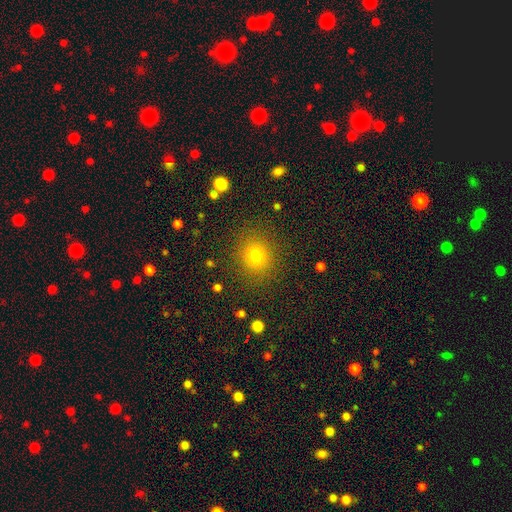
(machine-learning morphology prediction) A smooth galaxy with no disk features (77%) that is round (85%).

Vote fractions:
- Smooth or featured? smooth: 77% / star or artifact: 16% / featured or disk: 8%
- How rounded? round: 85% / in between: 14% / cigar-shaped: 1%
- Merging? none: 88% / minor disturbance: 7% / major disturbance: 3% / merger: 2%